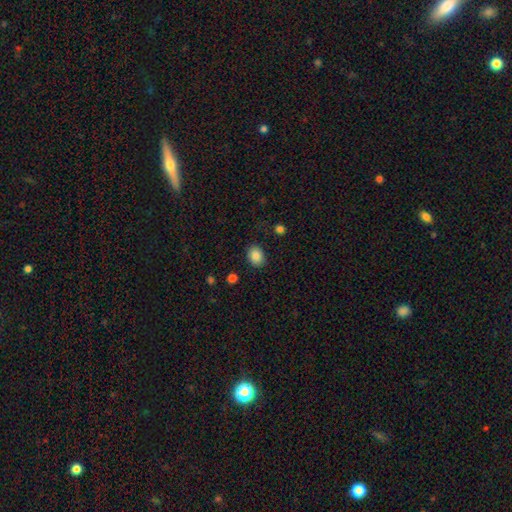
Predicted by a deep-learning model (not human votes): Smooth or featured? Predicted: smooth (p=0.87). How rounded? Predicted: in between (p=0.62). Merging? Predicted: none (p=0.86).